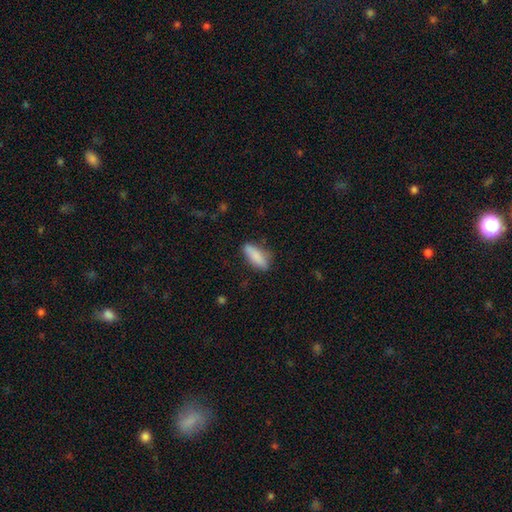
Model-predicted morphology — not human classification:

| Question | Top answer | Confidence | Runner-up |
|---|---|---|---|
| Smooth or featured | smooth | 86% | featured or disk (8%) |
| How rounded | in between | 67% | cigar-shaped (31%) |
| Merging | none | 74% | minor disturbance (20%) |